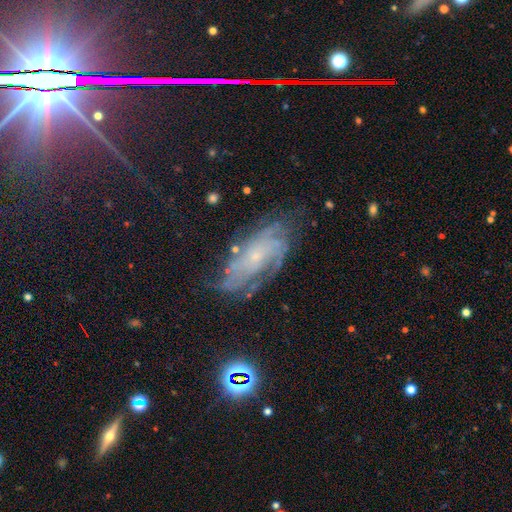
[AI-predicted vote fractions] featured or disk 73%, star or artifact 14%, smooth 13%. Down the decision tree: edge-on disk — no (92%); bar — no (72%); spiral arms — yes (93%); spiral arm count — can't tell (44%); spiral winding — tight (60%); bulge size — small (79%); merging — none (70%).